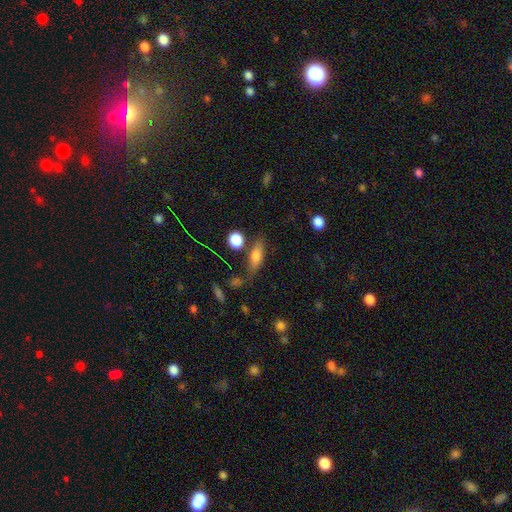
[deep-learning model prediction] The model was most divided on "how rounded": in between: 57%, cigar-shaped: 35%, round: 8%. More confident: merging — none (67%); smooth or featured — smooth (66%).